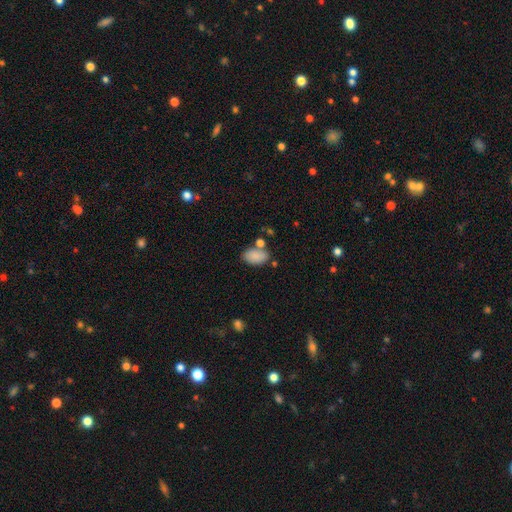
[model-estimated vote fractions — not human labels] smooth_or_featured: smooth (p=0.86) [alt: star or artifact p=0.08]
how_rounded: in between (p=0.92) [alt: round p=0.06]
merging: none (p=0.65) [alt: minor disturbance p=0.16]